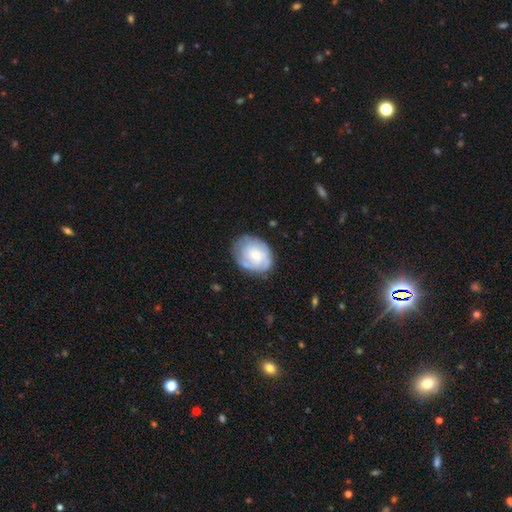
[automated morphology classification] Smooth or featured? featured or disk (58%)
Edge-on disk? no (97%)
Bar? no (73%)
Spiral arms? yes (81%)
Bulge size? moderate (48%)
Merging? none (69%)